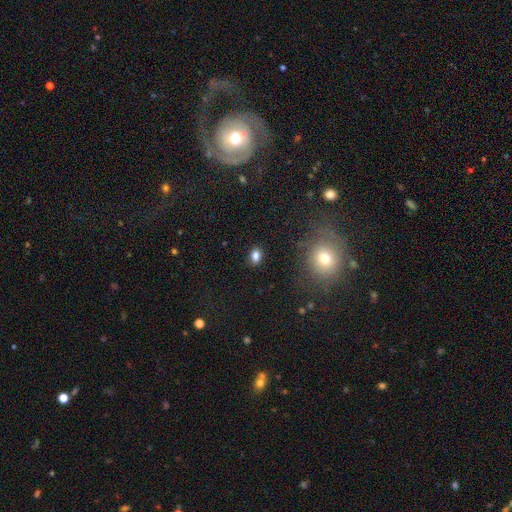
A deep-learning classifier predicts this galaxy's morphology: Smooth or featured? Predicted: smooth (p=0.83). How rounded? Predicted: in between (p=0.70). Merging? Predicted: none (p=0.87).